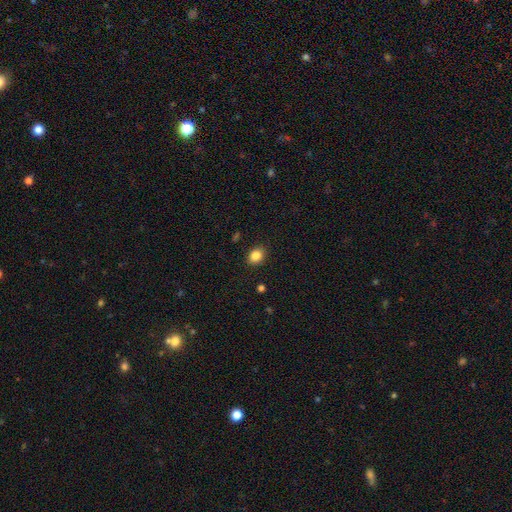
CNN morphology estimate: This appears to be a smooth galaxy with no disk features (86%) that is in between round and cigar-shaped (52%). Merging: none (89%).